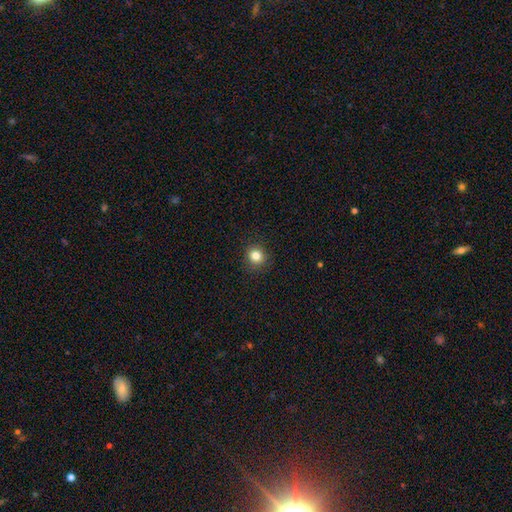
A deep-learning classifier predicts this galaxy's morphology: type=smooth (83%); roundness=round (89%); merging=none (90%).